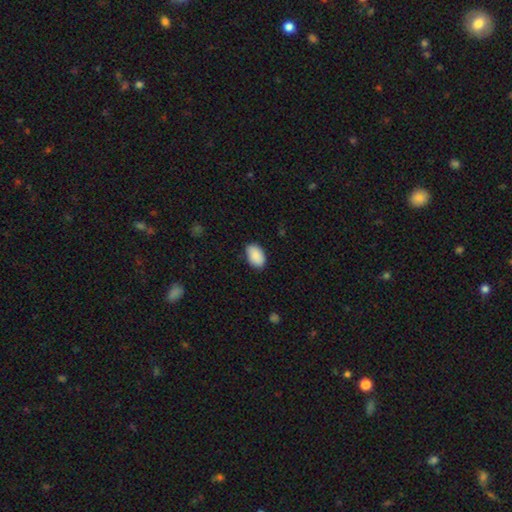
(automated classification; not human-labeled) Morphology: type=smooth (88%); roundness=in between (90%); merging=none (80%).